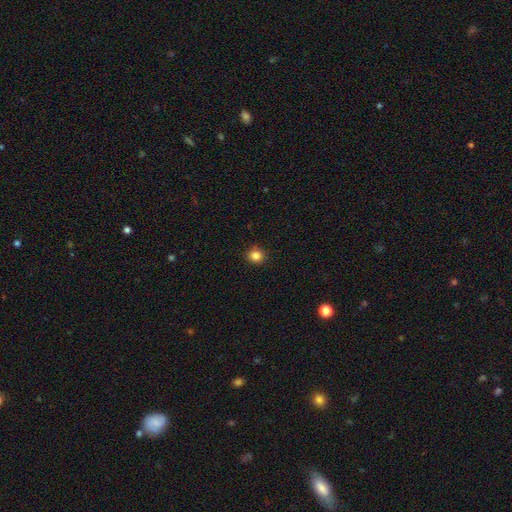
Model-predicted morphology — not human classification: A smooth galaxy with no disk features (84%) that is round (89%). Merging: none (91%).